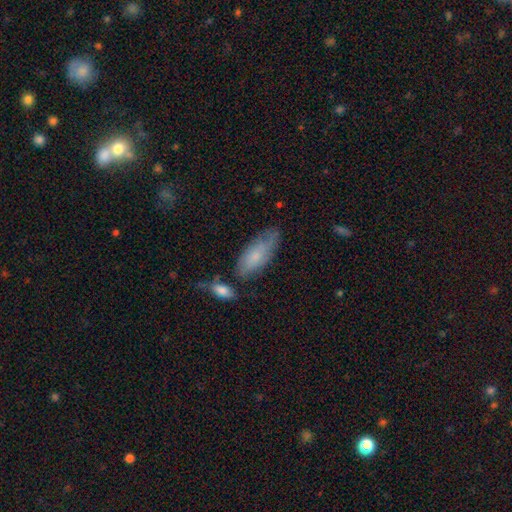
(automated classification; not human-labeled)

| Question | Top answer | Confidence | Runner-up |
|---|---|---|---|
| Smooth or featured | smooth | 66% | featured or disk (28%) |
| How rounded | in between | 80% | cigar-shaped (18%) |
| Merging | none | 56% | minor disturbance (28%) |